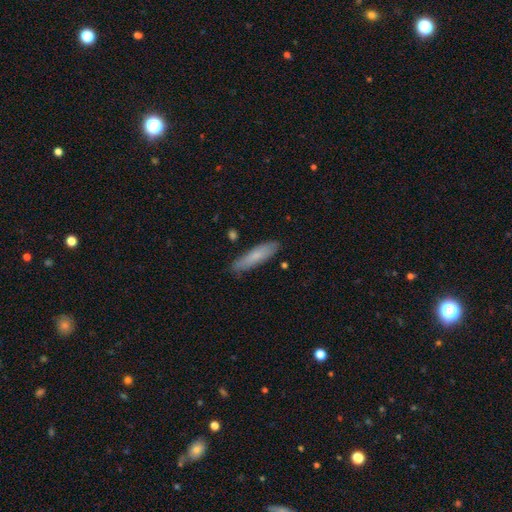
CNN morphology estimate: A smooth galaxy with no disk features (73%) that is cigar-shaped (76%).

Vote fractions:
- Smooth or featured? smooth: 73% / featured or disk: 21% / star or artifact: 6%
- How rounded? cigar-shaped: 76% / in between: 22% / round: 2%
- Merging? none: 83% / minor disturbance: 13% / major disturbance: 2% / merger: 2%